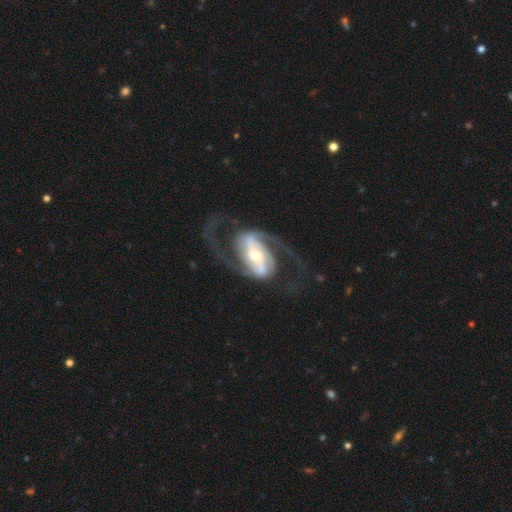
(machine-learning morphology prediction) Q: Smooth or featured?
A: featured or disk (92%); runner-up: smooth (4%)
Q: Edge-on disk?
A: no (97%); runner-up: yes (3%)
Q: Bar?
A: strong (56%); runner-up: weak (27%)
Q: Spiral arms?
A: yes (97%); runner-up: no (3%)
Q: Spiral winding?
A: medium (53%); runner-up: loose (32%)
Q: Spiral arm count?
A: 2 (92%); runner-up: 3 (2%)
Q: Bulge size?
A: moderate (53%); runner-up: small (37%)
Q: Merging?
A: none (70%); runner-up: major disturbance (16%)